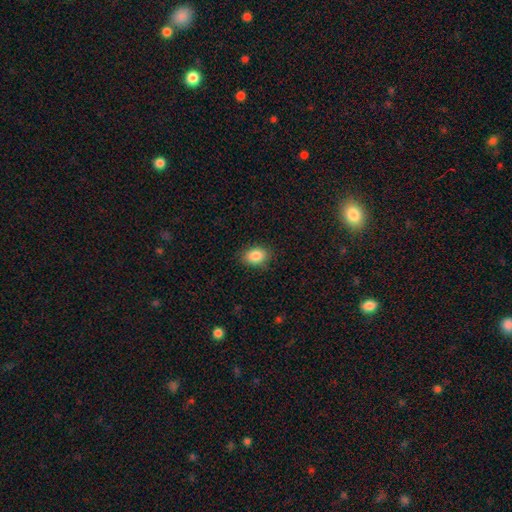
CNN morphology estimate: type=smooth (87%); roundness=in between (79%); merging=none (86%).